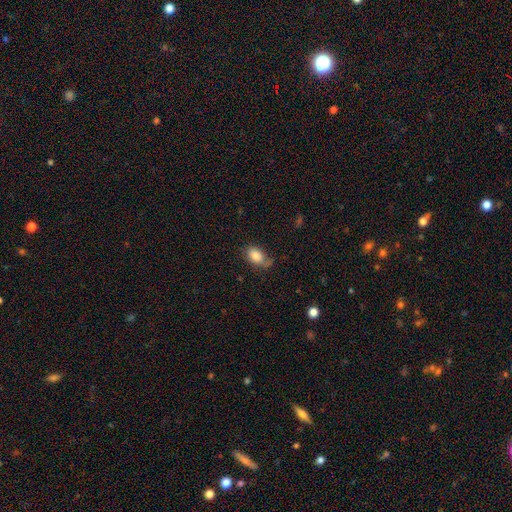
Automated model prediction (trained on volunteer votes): Smooth or featured? Predicted: smooth (p=0.83). How rounded? Predicted: in between (p=0.87). Merging? Predicted: none (p=0.55).